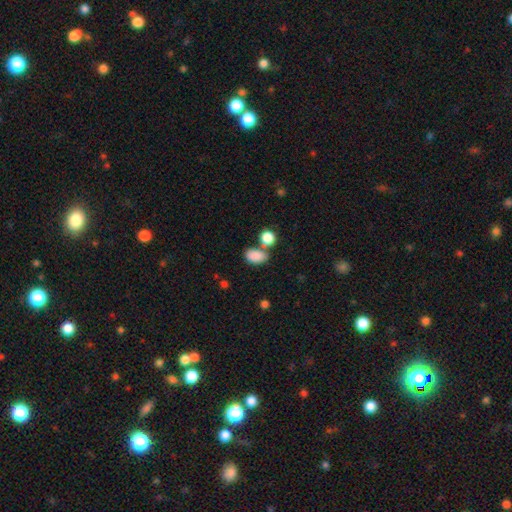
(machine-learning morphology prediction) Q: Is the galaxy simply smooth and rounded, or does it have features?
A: smooth — 86%.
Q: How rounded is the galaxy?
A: in between — 87%.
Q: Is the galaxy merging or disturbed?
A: none — 53%.